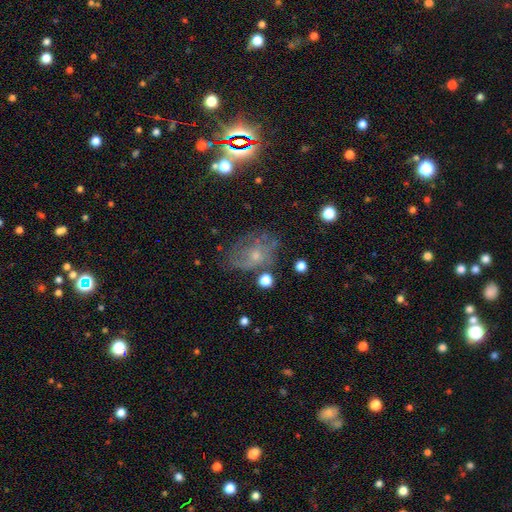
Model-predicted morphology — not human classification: Smooth or featured? featured or disk (55%)
Edge-on disk? no (96%)
Bar? no (79%)
Spiral arms? yes (64%)
Bulge size? small (63%)
Merging? none (53%)